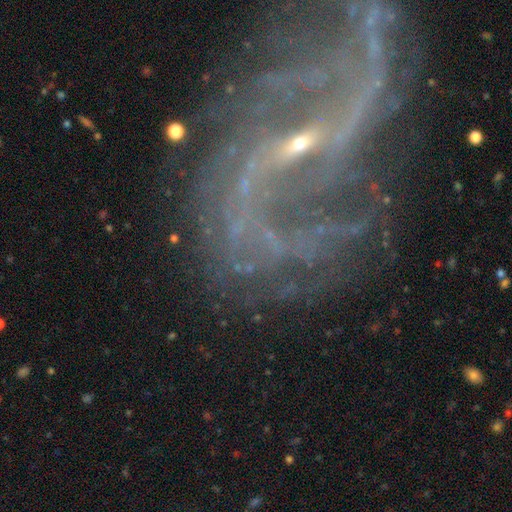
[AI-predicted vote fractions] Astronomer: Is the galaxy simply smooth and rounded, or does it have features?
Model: featured or disk — 89%.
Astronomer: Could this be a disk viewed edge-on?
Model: no — 97%.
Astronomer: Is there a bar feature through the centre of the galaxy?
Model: weak — 42% (runner-up: strong, 38%).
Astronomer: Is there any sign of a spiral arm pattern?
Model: yes — 96%.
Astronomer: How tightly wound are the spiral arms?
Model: loose — 56% (runner-up: medium, 31%).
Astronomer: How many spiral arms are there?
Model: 2 — 61%.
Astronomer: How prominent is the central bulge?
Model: small — 83%.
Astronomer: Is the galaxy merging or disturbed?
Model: none — 58%.